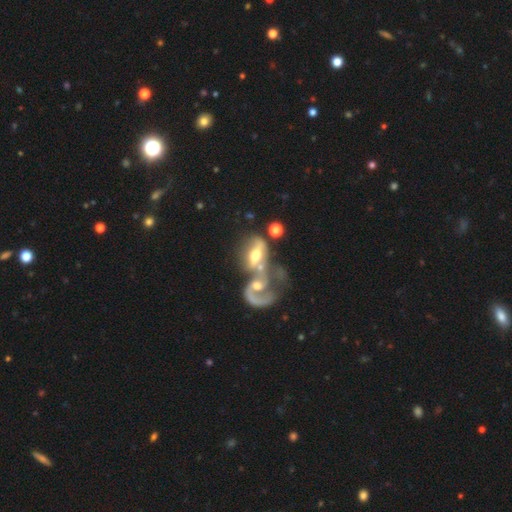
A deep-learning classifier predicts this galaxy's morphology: type=featured or disk (67%); edge-on=no (89%); bar=no (48%); spiral arms=yes (66%); bulge=moderate (64%); merging=merger (73%).